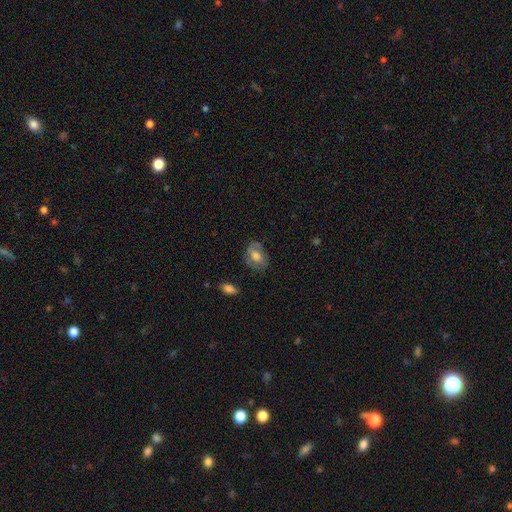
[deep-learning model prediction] The model was most divided on "smooth or featured": smooth: 54%, featured or disk: 37%, star or artifact: 9%. More confident: how rounded — in between (75%); merging — none (67%).